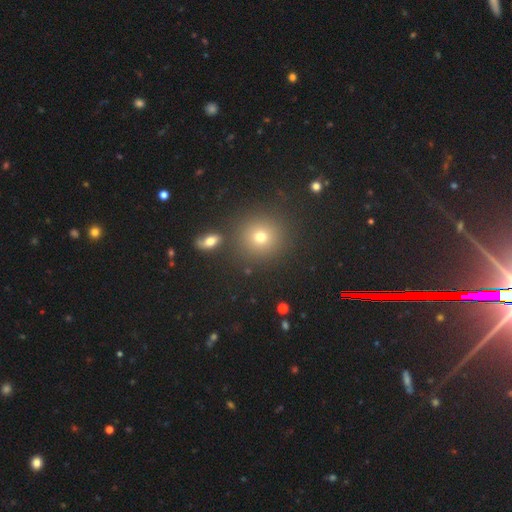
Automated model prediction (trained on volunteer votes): A star or artifact, not a galaxy (48%).